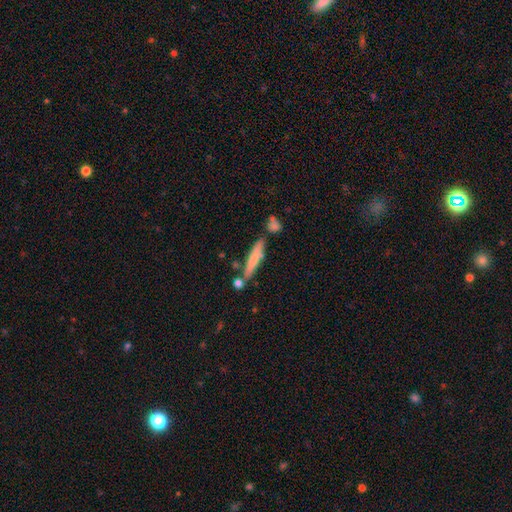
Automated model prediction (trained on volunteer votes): Smooth or featured? Predicted: smooth (p=0.61). How rounded? Predicted: cigar-shaped (p=0.91). Merging? Predicted: none (p=0.70).